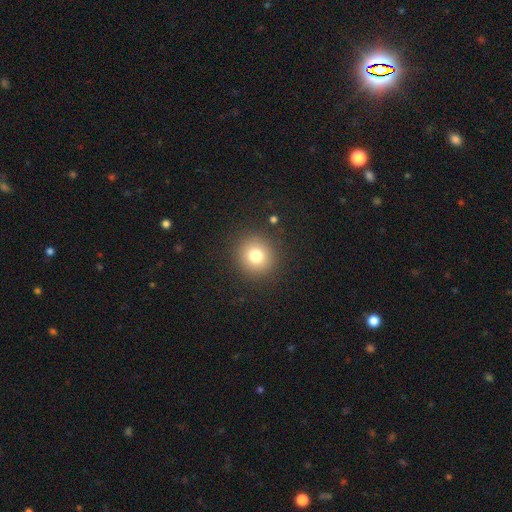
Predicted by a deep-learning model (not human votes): A smooth galaxy with no disk features (77%) that is round (92%). Merging: none (90%).